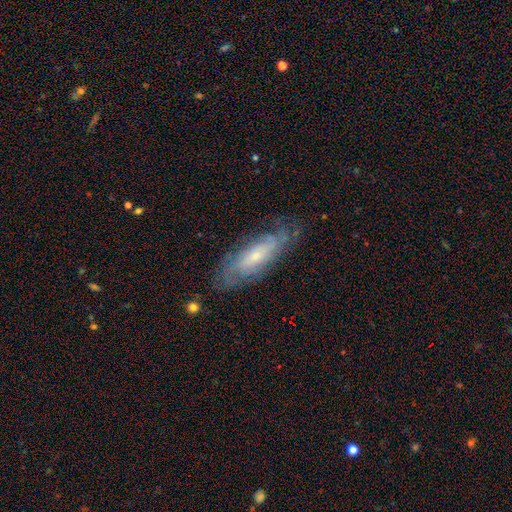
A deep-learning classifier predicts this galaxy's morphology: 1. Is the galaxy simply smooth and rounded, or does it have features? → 68% featured or disk, 25% smooth, 7% star or artifact.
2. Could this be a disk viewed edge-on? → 80% no, 20% yes.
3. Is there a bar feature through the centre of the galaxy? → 68% no, 26% weak, 6% strong.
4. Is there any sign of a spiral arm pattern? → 85% yes, 15% no.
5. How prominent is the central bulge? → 69% small, 25% moderate, 3% none, 2% large, 1% dominant.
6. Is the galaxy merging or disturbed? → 73% none, 19% minor disturbance, 7% major disturbance, 1% merger.